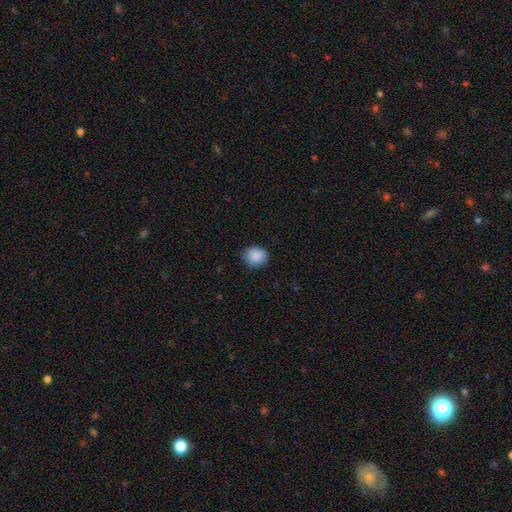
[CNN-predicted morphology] smooth-or-featured: smooth: 89% | star or artifact: 8% | featured or disk: 3%
  how-rounded: round: 71% | in between: 28% | cigar-shaped: 1%
  merging: none: 83% | minor disturbance: 13% | major disturbance: 2% | merger: 1%